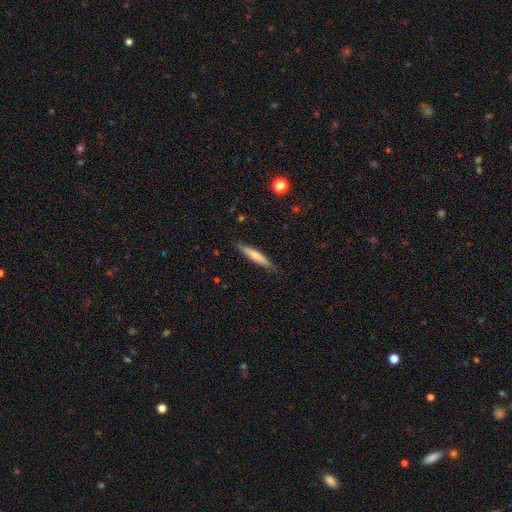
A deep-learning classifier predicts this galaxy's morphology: Q: Smooth or featured?
A: smooth (60%); runner-up: featured or disk (34%)
Q: How rounded?
A: cigar-shaped (91%); runner-up: in between (8%)
Q: Merging?
A: none (86%); runner-up: minor disturbance (11%)